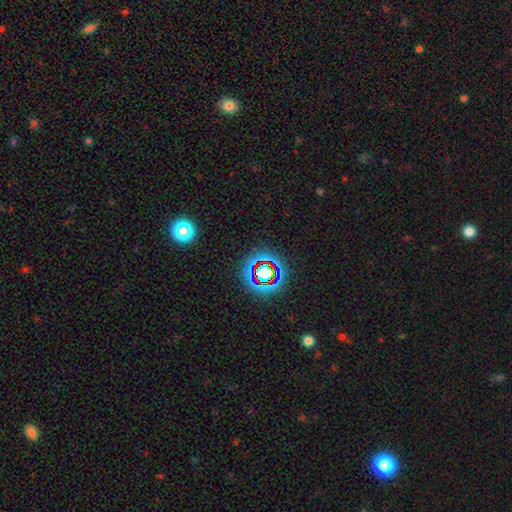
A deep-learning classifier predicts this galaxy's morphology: type=star or artifact (55%).